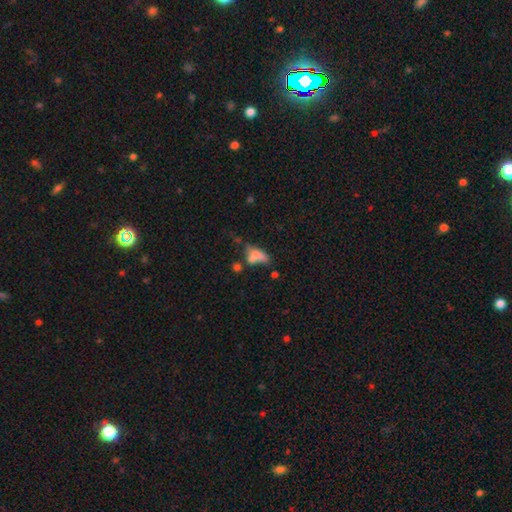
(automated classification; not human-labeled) Overall: smooth (62%; featured or disk 24%). How rounded: in between (75%). Merging: merger (36%; none 25%).